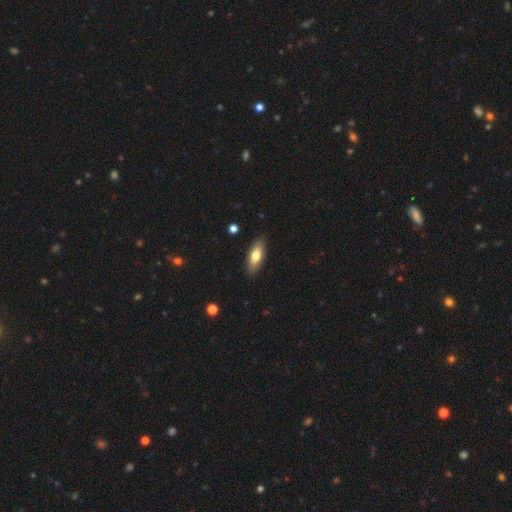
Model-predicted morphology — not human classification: A smooth galaxy with no disk features (70%) that is in between round and cigar-shaped (71%).

Vote fractions:
- Smooth or featured? smooth: 70% / featured or disk: 24% / star or artifact: 6%
- How rounded? in between: 71% / cigar-shaped: 27% / round: 3%
- Merging? none: 88% / minor disturbance: 9% / major disturbance: 2% / merger: 1%